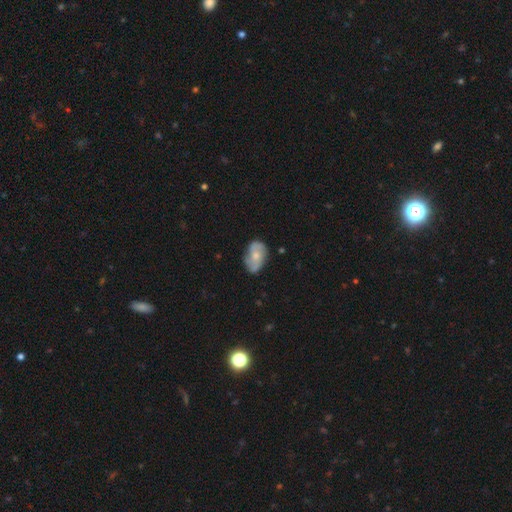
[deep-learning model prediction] smooth-or-featured: featured or disk: 60% | smooth: 34% | star or artifact: 6%
  disk-edge-on: no: 96% | yes: 4%
    bar: no: 71% | weak: 24% | strong: 4%
    has-spiral-arms: yes: 83% | no: 17%
    bulge-size: moderate: 51% | small: 41% | none: 4% | large: 3% | dominant: 1%
  merging: none: 67% | minor disturbance: 25% | major disturbance: 6% | merger: 2%